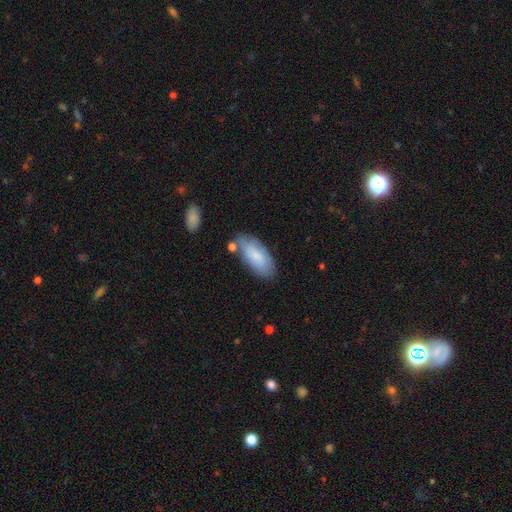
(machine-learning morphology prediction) smooth 79%, featured or disk 15%, star or artifact 6%. Down the decision tree: how rounded — in between (89%); merging — none (71%).